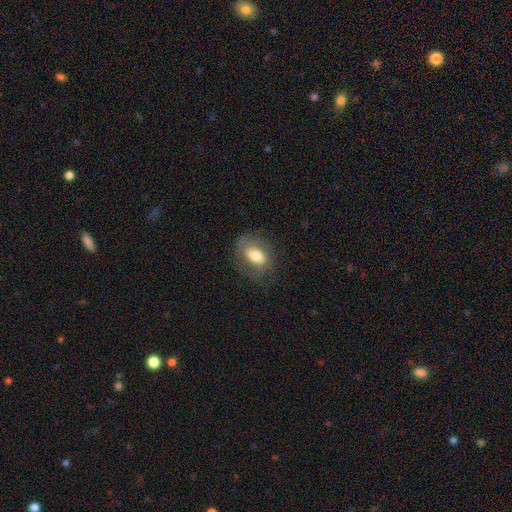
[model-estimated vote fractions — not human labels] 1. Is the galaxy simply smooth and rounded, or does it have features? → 48% smooth, 43% featured or disk, 8% star or artifact.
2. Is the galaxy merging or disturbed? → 70% none, 19% minor disturbance, 10% major disturbance, 1% merger.